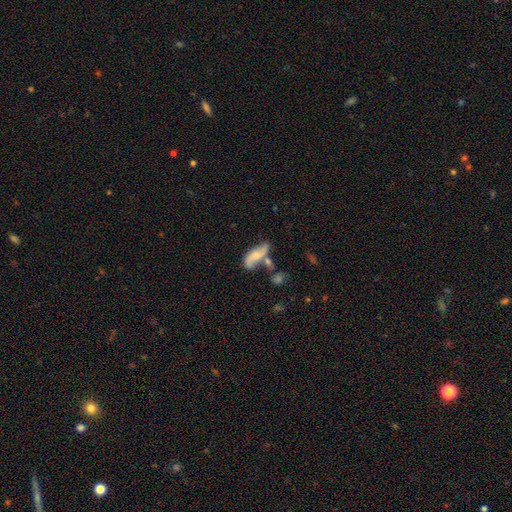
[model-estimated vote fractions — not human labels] A featured or disk galaxy (49%). Merging: none (48%).